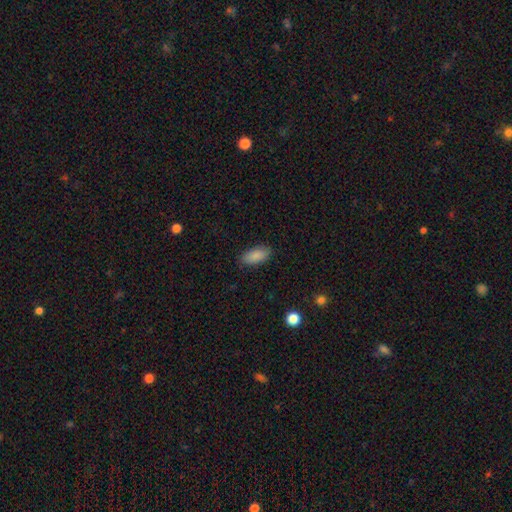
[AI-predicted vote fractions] Smooth or featured?
  - smooth: 89% *
  - star or artifact: 7%
  - featured or disk: 4%
How rounded?
  - in between: 89% *
  - cigar-shaped: 9%
  - round: 2%
Merging?
  - none: 87% *
  - minor disturbance: 9%
  - major disturbance: 2%
  - merger: 1%